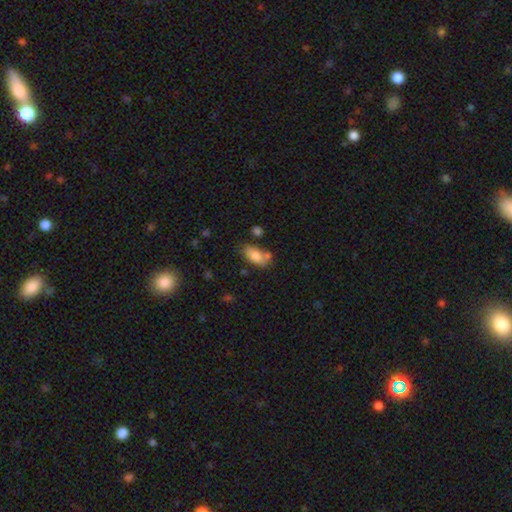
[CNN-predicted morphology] type=smooth (79%); roundness=in between (87%); merging=none (46%).